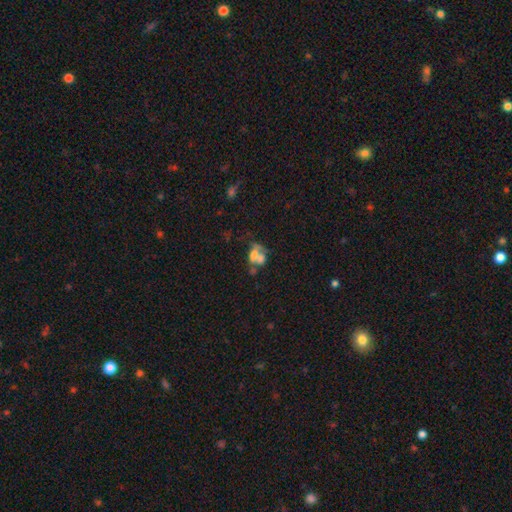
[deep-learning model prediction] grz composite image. It shows a smooth galaxy with no disk features (50%). Merging: merger (57%).